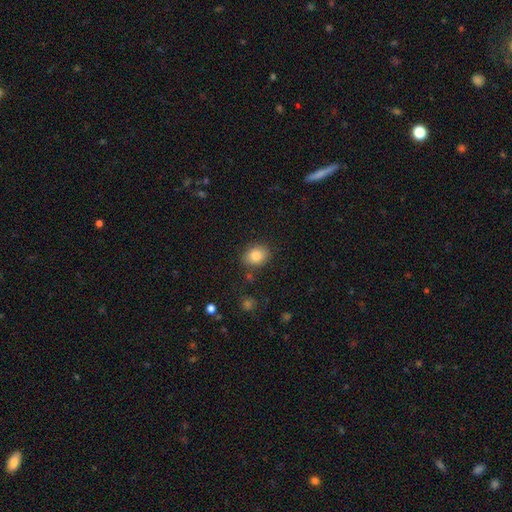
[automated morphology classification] Smooth or featured?
  - smooth: 84% *
  - star or artifact: 9%
  - featured or disk: 7%
How rounded?
  - in between: 54% *
  - round: 45%
  - cigar-shaped: 1%
Merging?
  - none: 82% *
  - minor disturbance: 12%
  - merger: 3%
  - major disturbance: 3%